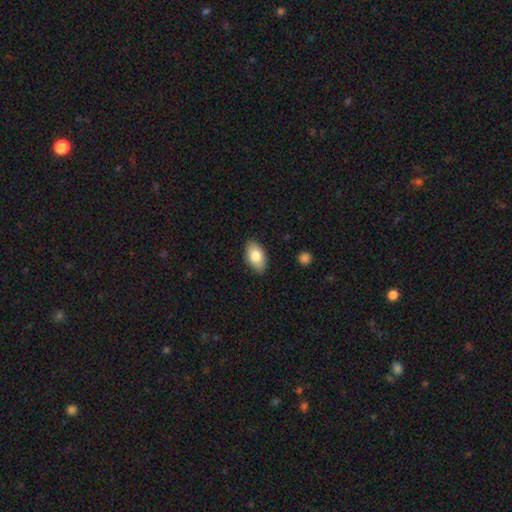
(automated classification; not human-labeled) Smooth or featured: smooth — 81% (featured or disk — 13%)
How rounded: in between — 93% (round — 5%)
Merging: none — 86% (minor disturbance — 11%)